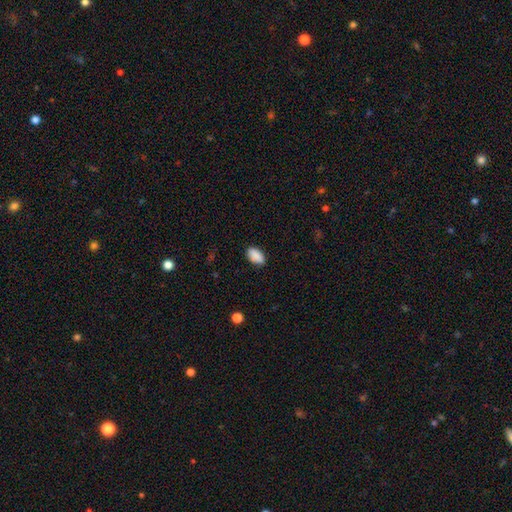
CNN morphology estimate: Q: Smooth or featured?
A: smooth (90%); runner-up: star or artifact (7%)
Q: How rounded?
A: in between (93%); runner-up: round (4%)
Q: Merging?
A: none (87%); runner-up: minor disturbance (10%)